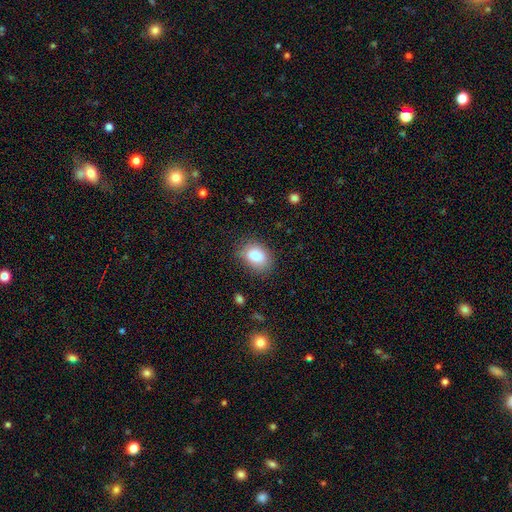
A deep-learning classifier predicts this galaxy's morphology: Overall: smooth (85%). How rounded: in between (82%). Merging: none (76%).